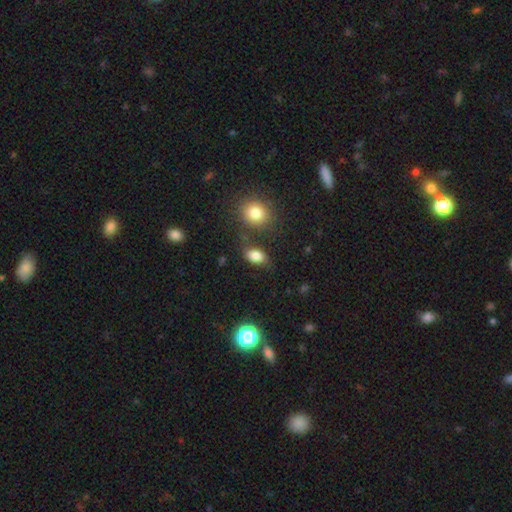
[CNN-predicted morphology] Smooth or featured: smooth — 83% (star or artifact — 11%)
How rounded: in between — 87% (round — 11%)
Merging: none — 71% (minor disturbance — 17%)